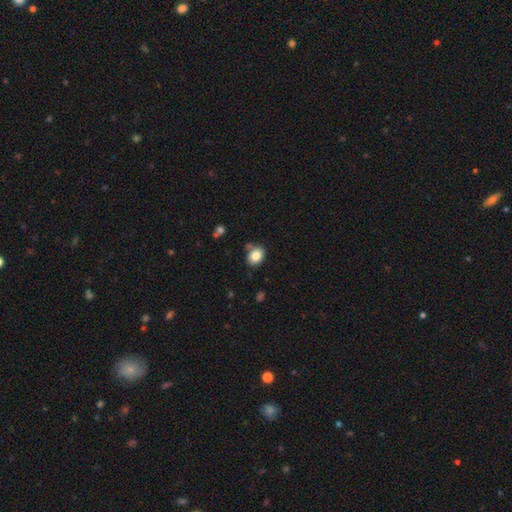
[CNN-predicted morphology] smooth-or-featured: smooth: 83% | star or artifact: 9% | featured or disk: 8%
  how-rounded: in between: 54% | round: 45% | cigar-shaped: 1%
  merging: none: 72% | minor disturbance: 17% | merger: 7% | major disturbance: 4%